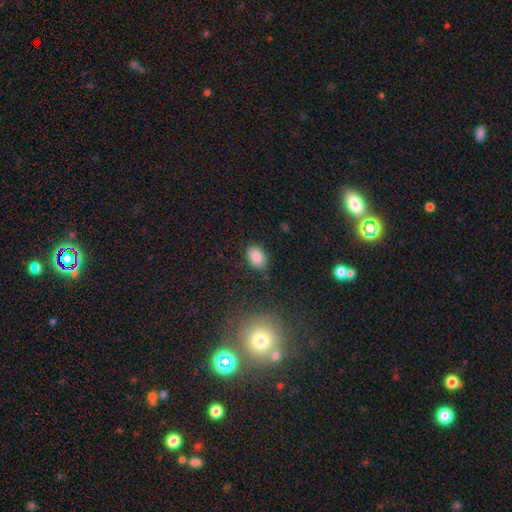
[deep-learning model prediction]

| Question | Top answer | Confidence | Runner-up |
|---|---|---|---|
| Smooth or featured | smooth | 85% | star or artifact (9%) |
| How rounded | in between | 84% | round (14%) |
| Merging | none | 85% | minor disturbance (11%) |